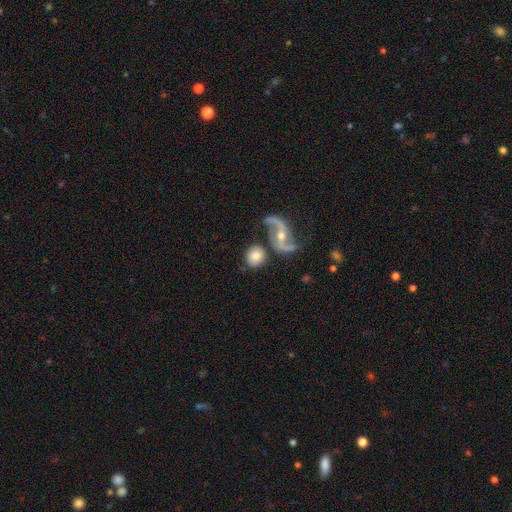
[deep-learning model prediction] Overall: smooth (54%; featured or disk 39%). How rounded: round (78%). Merging: none (66%).